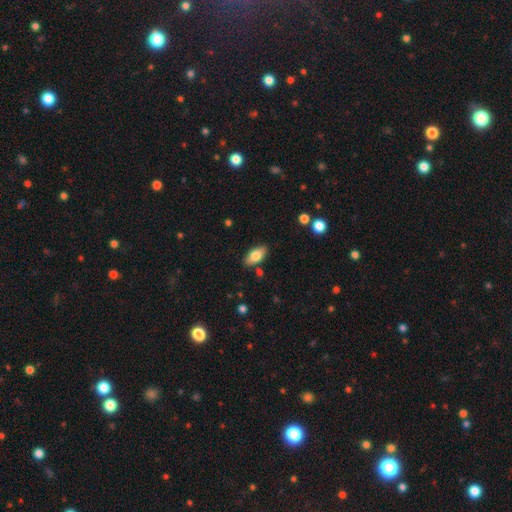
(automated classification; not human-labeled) Q: Smooth or featured?
A: smooth (78%); runner-up: featured or disk (15%)
Q: How rounded?
A: in between (89%); runner-up: cigar-shaped (8%)
Q: Merging?
A: none (84%); runner-up: minor disturbance (11%)